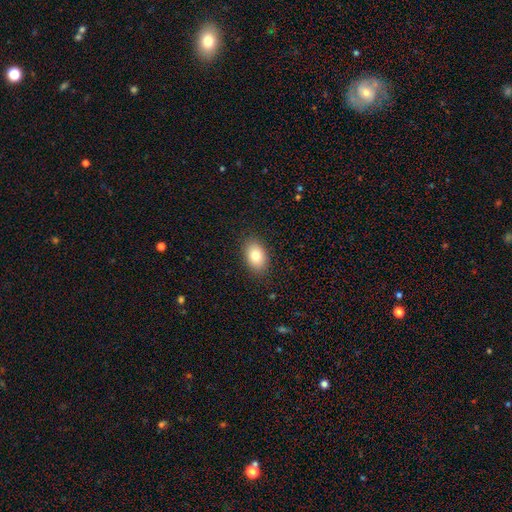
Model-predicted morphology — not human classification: This is clearly a smooth galaxy (82%). How rounded: clearly in between (87%). Merging: clearly none (87%).